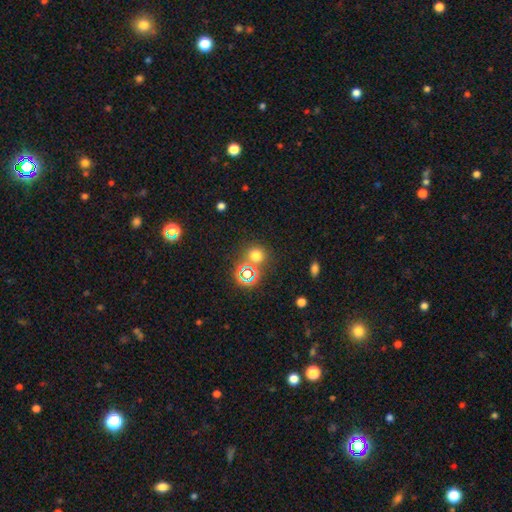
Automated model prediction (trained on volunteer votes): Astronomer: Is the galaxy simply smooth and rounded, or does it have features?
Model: smooth — 65%.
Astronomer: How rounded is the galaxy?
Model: round — 90%.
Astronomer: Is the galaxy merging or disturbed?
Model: none — 76%.